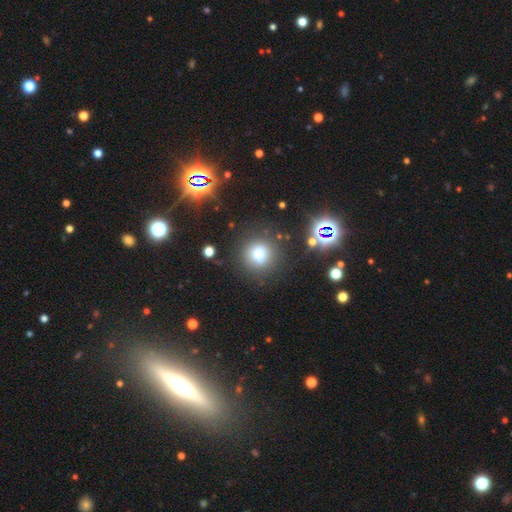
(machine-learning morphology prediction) Smooth or featured: smooth — 73% (star or artifact — 18%)
How rounded: round — 90% (in between — 9%)
Merging: none — 81% (minor disturbance — 10%)